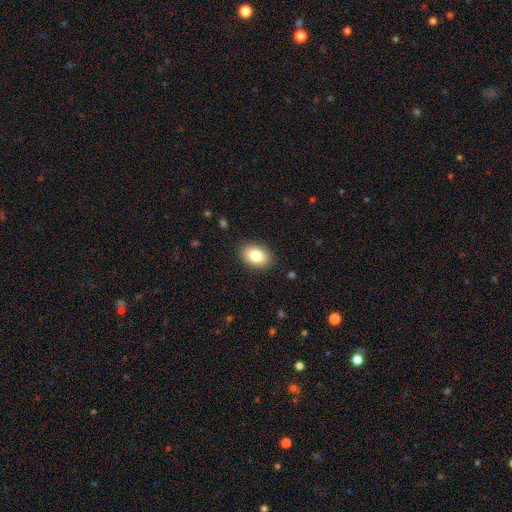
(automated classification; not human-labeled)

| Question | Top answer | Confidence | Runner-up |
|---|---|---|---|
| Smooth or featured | smooth | 82% | featured or disk (10%) |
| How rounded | in between | 85% | round (13%) |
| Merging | none | 88% | minor disturbance (9%) |